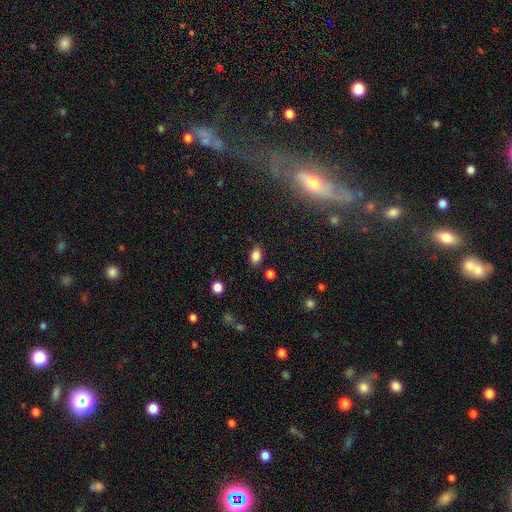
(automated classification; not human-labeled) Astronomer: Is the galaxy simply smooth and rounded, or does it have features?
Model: smooth — 83%.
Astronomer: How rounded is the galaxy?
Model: in between — 81%.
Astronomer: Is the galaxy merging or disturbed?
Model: none — 81%.